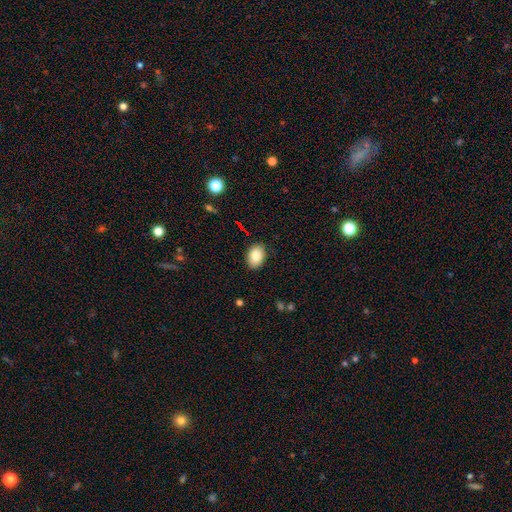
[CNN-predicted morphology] Smooth or featured?
  - smooth: 84% *
  - star or artifact: 8%
  - featured or disk: 8%
How rounded?
  - in between: 81% *
  - round: 18%
  - cigar-shaped: 1%
Merging?
  - none: 88% *
  - minor disturbance: 9%
  - major disturbance: 2%
  - merger: 1%